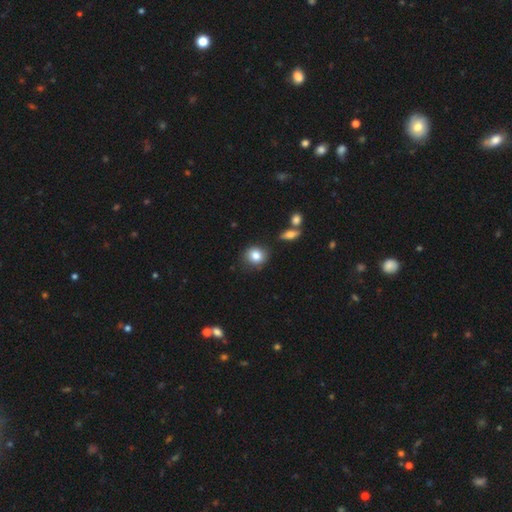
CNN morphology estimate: A smooth galaxy with no disk features (83%) that is round (77%). Merging: none (81%).